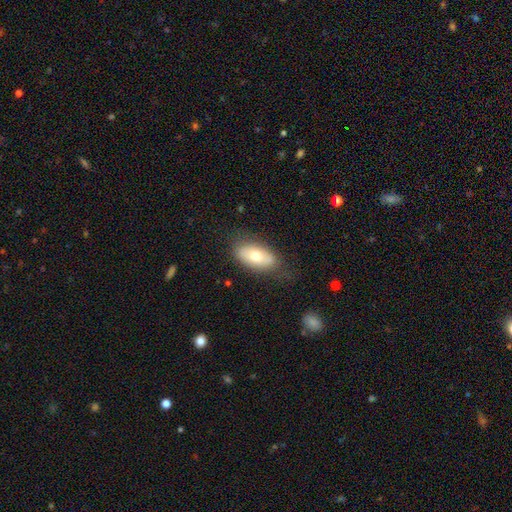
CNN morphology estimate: This is likely a smooth galaxy (64%). How rounded: clearly in between (91%). Merging: likely none (69%).